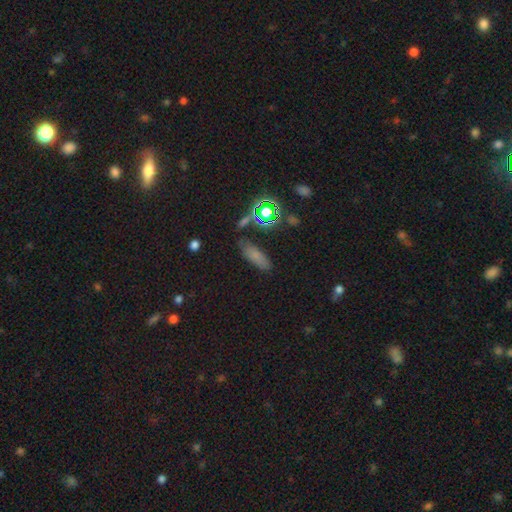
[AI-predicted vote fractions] This appears to be a smooth galaxy with no disk features (68%) that is in between round and cigar-shaped (54%). Merging: none (76%).